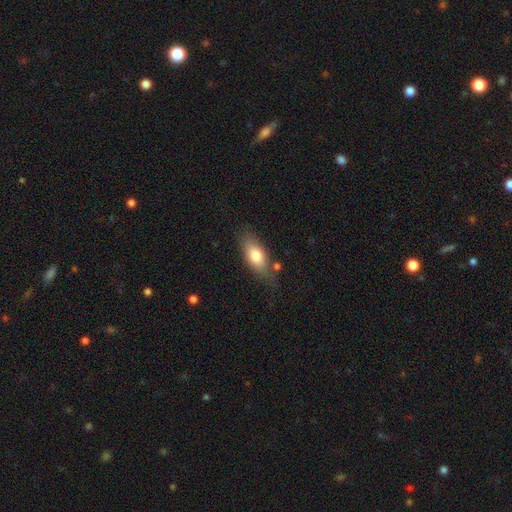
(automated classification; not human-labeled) Overall: smooth (76%). How rounded: in between (82%). Merging: none (70%).